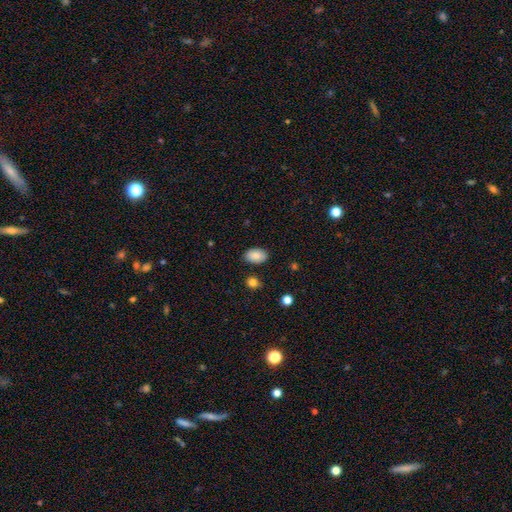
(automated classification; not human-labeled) Smooth or featured: smooth — 85% (featured or disk — 8%)
How rounded: in between — 92% (round — 7%)
Merging: none — 84% (minor disturbance — 11%)